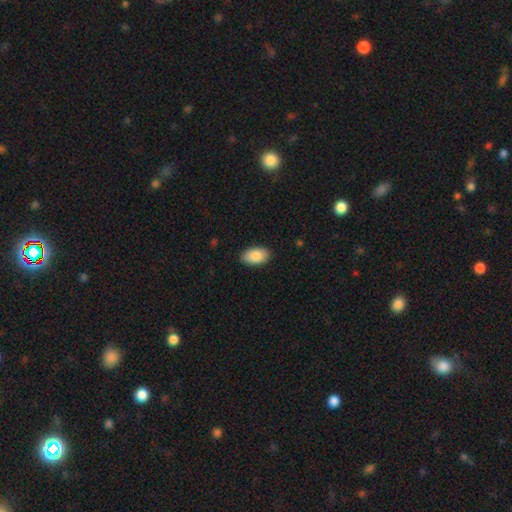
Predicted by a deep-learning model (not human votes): Smooth or featured: smooth — 87% (featured or disk — 7%)
How rounded: in between — 95% (round — 4%)
Merging: none — 88% (minor disturbance — 9%)